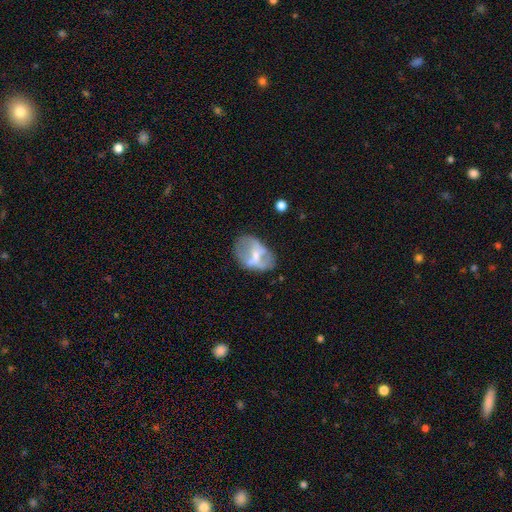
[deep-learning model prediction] A featured or disk galaxy (55%) with no bar (48%), no spiral arms (72%) and a small central bulge (41%). Merging: none (47%).